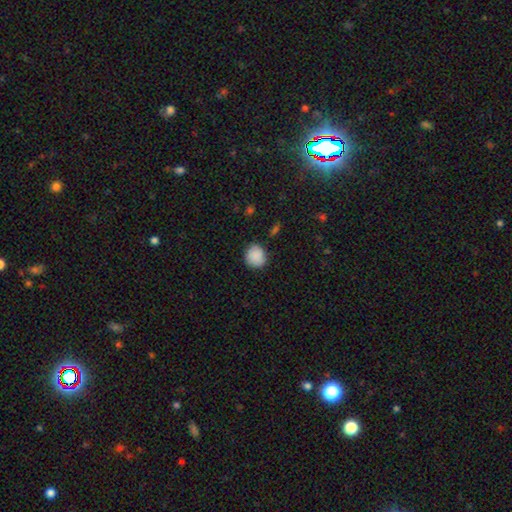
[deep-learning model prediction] Smooth or featured: smooth — 88% (star or artifact — 8%)
How rounded: round — 82% (in between — 17%)
Merging: none — 82% (minor disturbance — 14%)